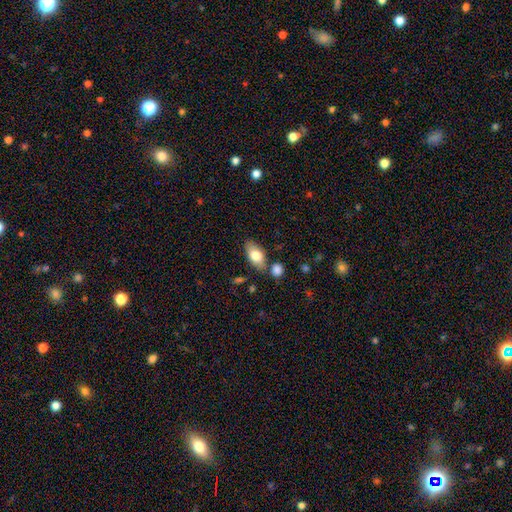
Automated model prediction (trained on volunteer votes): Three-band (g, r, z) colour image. It shows a smooth galaxy with no disk features (77%) that is in between round and cigar-shaped (90%). Merging: none (74%).